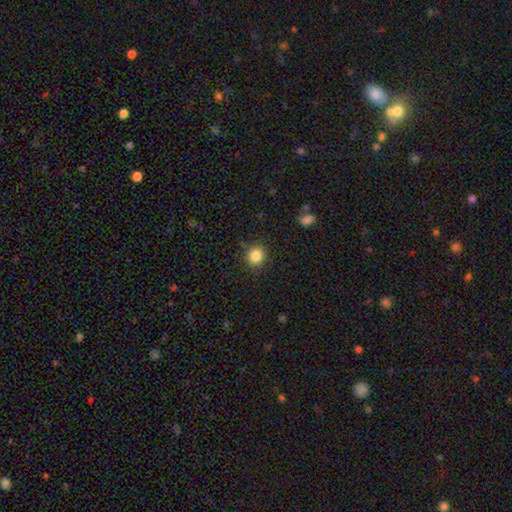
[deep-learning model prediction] This appears to be a smooth galaxy with no disk features (85%) that is round (84%). Merging: none (88%).